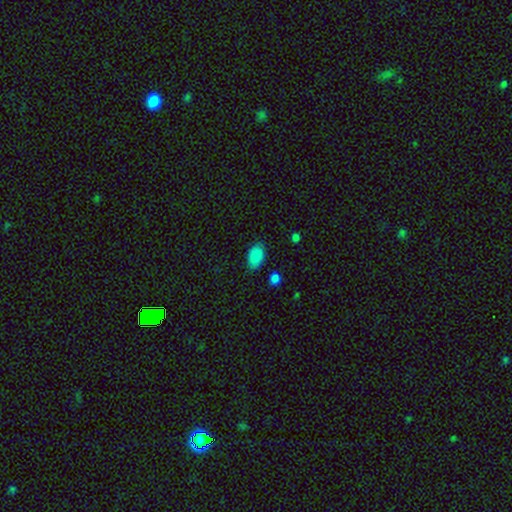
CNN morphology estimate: Smooth or featured: smooth — 87% (star or artifact — 9%)
How rounded: in between — 90% (round — 8%)
Merging: none — 80% (minor disturbance — 15%)